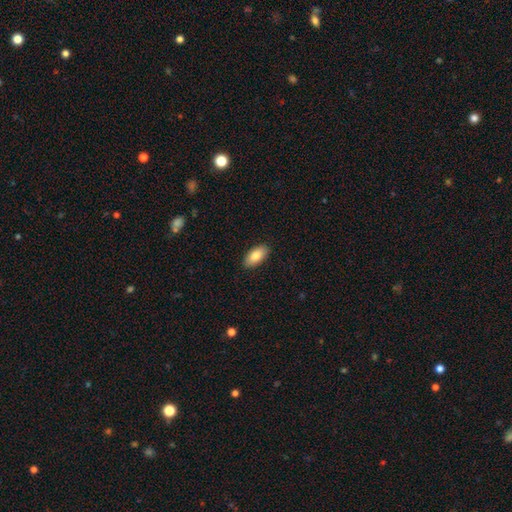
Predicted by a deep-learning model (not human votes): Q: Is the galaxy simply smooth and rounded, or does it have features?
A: smooth — 85%.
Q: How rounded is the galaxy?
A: in between — 92%.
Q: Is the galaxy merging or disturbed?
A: none — 89%.